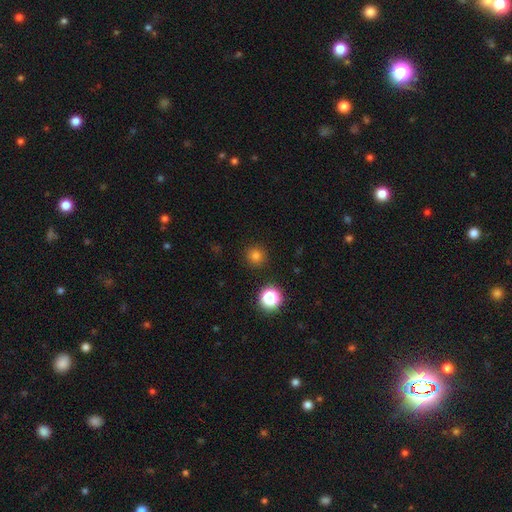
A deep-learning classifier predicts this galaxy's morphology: smooth 78%, star or artifact 17%, featured or disk 5%. Down the decision tree: how rounded — round (94%); merging — none (90%).